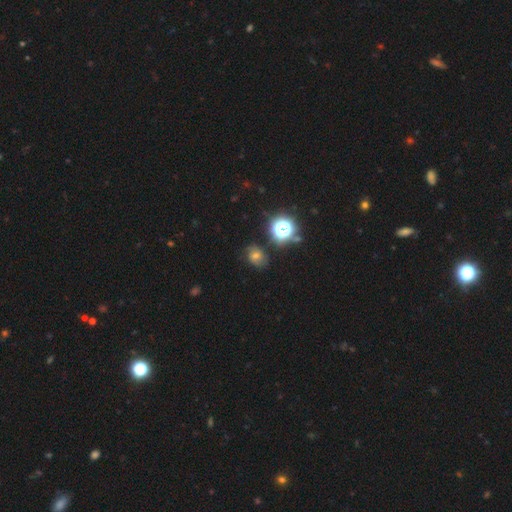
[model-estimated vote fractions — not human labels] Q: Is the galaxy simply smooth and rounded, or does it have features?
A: smooth — 44%.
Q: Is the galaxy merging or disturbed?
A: none — 77%.